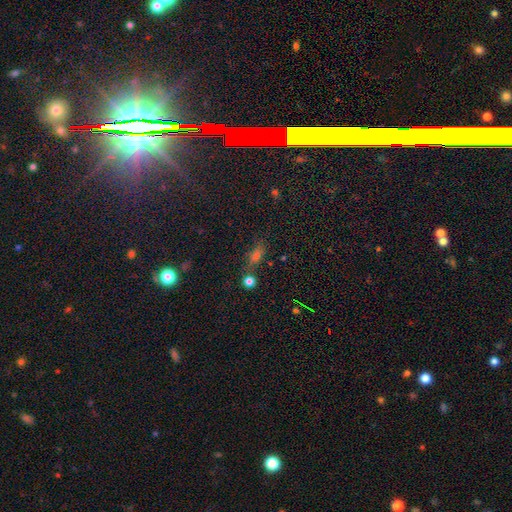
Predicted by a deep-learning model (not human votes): smooth 52%, star or artifact 34%, featured or disk 14%. Down the decision tree: how rounded — in between (56%); merging — none (66%).